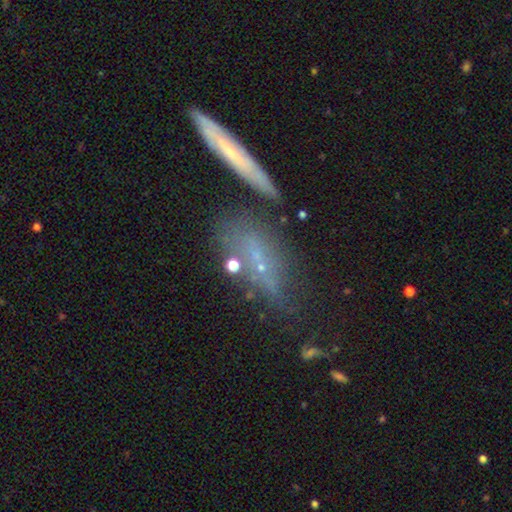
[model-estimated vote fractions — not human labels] Smooth or featured: featured or disk — 46% (smooth — 35%)
Merging: none — 59% (minor disturbance — 19%)